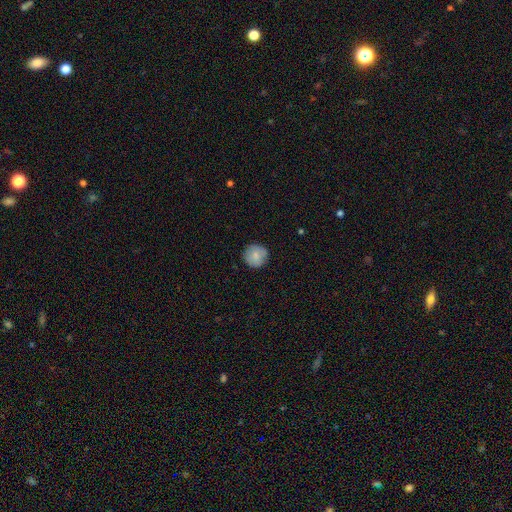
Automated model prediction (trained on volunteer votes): Smooth or featured: smooth — 82% (featured or disk — 11%)
How rounded: round — 94% (in between — 5%)
Merging: none — 85% (minor disturbance — 11%)